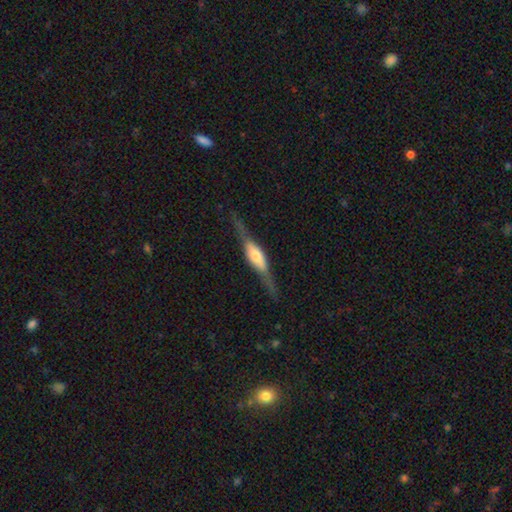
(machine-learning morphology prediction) Smooth or featured: featured or disk — 75% (smooth — 19%)
Edge-on disk: yes — 95% (no — 5%)
Edge-on bulge: rounded — 69% (boxy — 26%)
Merging: none — 80% (minor disturbance — 14%)